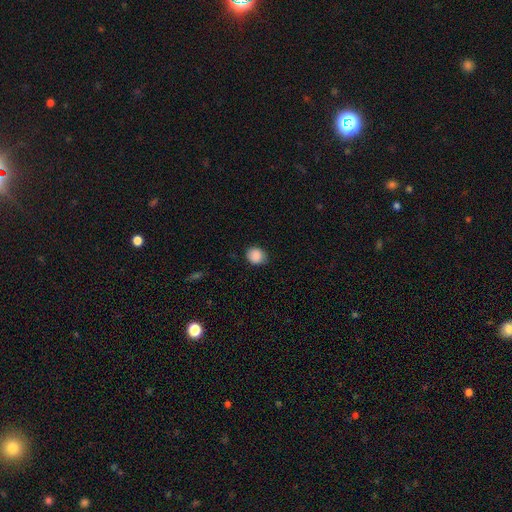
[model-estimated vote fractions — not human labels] A smooth galaxy with no disk features (88%) that is round (71%). Merging: none (81%).